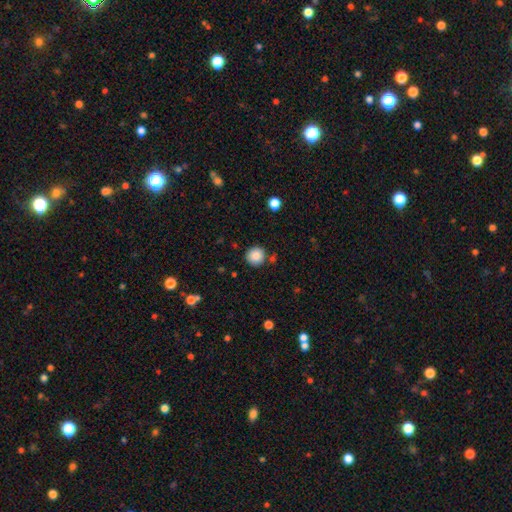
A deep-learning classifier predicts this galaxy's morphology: A smooth galaxy with no disk features (87%) that is round (94%).

Vote fractions:
- Smooth or featured? smooth: 87% / star or artifact: 9% / featured or disk: 4%
- How rounded? round: 94% / in between: 5% / cigar-shaped: 1%
- Merging? none: 84% / minor disturbance: 9% / merger: 4% / major disturbance: 3%